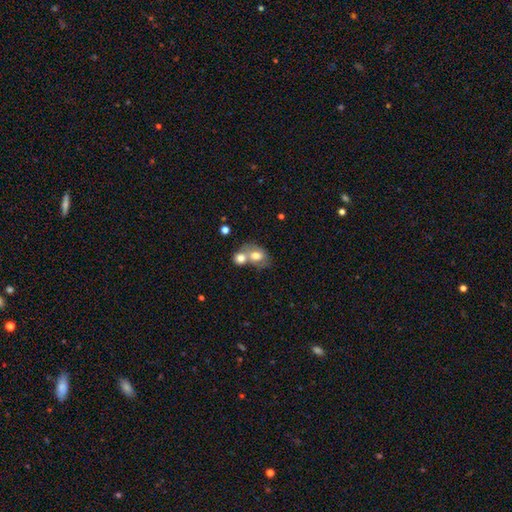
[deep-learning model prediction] A smooth galaxy with no disk features (66%) that is in between round and cigar-shaped (63%).

Vote fractions:
- Smooth or featured? smooth: 66% / featured or disk: 26% / star or artifact: 9%
- How rounded? in between: 63% / round: 36% / cigar-shaped: 1%
- Merging? merger: 61% / none: 25% / minor disturbance: 10% / major disturbance: 5%